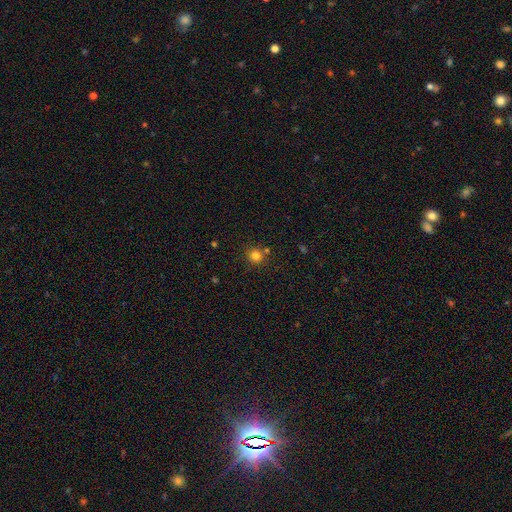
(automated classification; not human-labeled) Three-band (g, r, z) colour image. It shows a smooth galaxy with no disk features (80%) that is round (92%). Merging: none (78%).